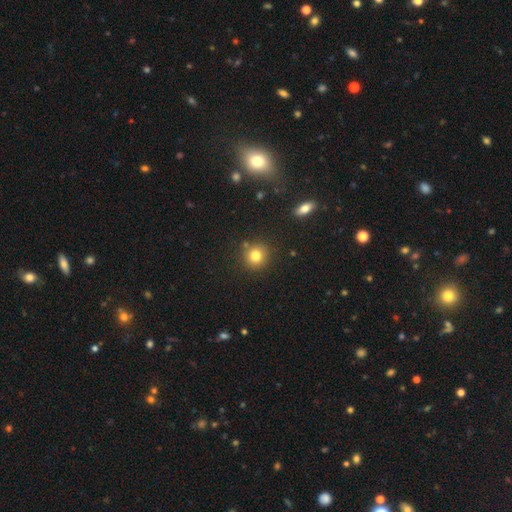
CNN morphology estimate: Overall: smooth (80%). How rounded: round (90%). Merging: none (84%).